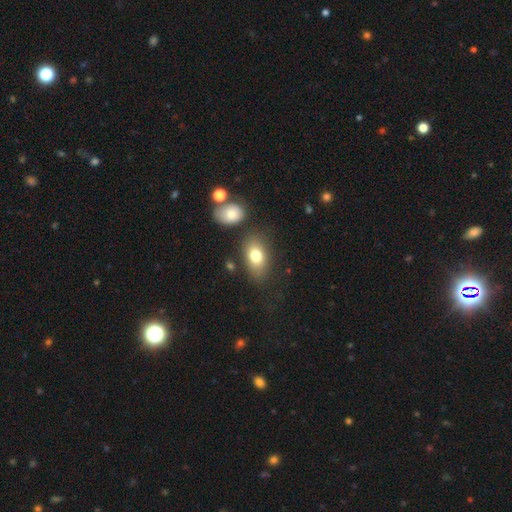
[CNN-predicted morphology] Smooth or featured? smooth (77%)
How rounded? in between (85%)
Merging? none (74%)